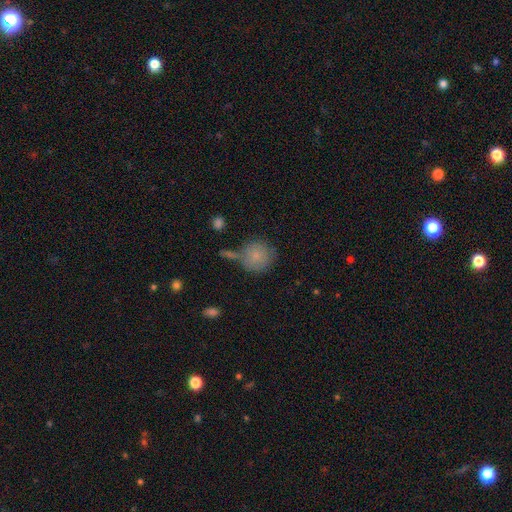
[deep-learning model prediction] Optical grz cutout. It shows a smooth galaxy with no disk features (82%) that is round (91%). Merging: none (62%).